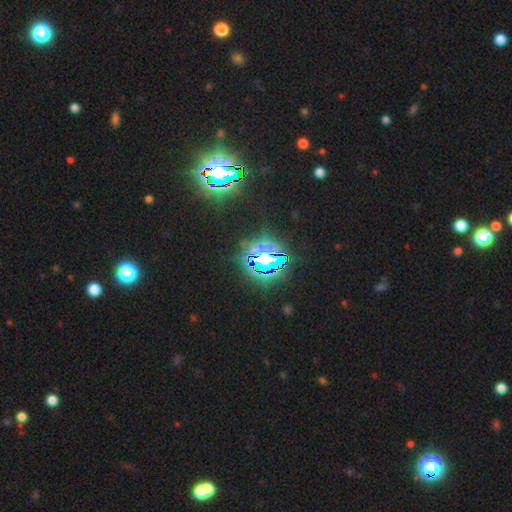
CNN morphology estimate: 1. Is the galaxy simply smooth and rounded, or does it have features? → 83% star or artifact, 10% smooth, 7% featured or disk.